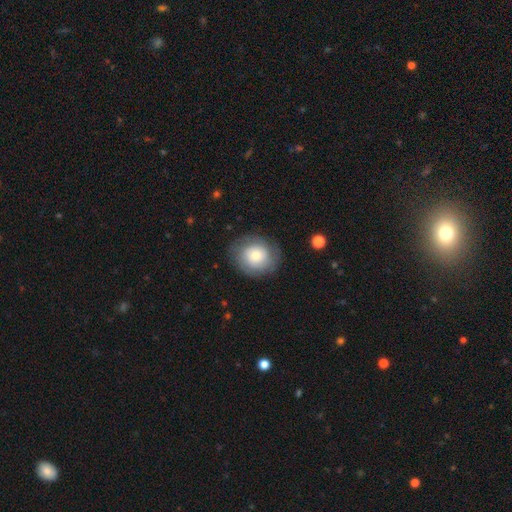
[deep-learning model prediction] smooth_or_featured: smooth (p=0.64) [alt: featured or disk p=0.28]
how_rounded: round (p=0.77) [alt: in between p=0.22]
merging: none (p=0.81) [alt: minor disturbance p=0.13]